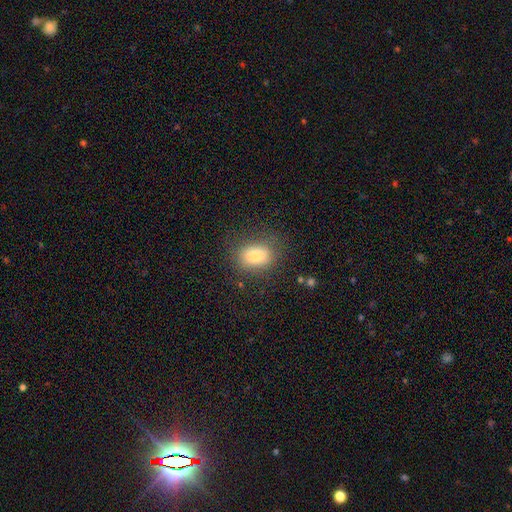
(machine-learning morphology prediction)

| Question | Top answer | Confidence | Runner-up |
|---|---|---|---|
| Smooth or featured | smooth | 81% | star or artifact (10%) |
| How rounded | in between | 72% | round (27%) |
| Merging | none | 77% | minor disturbance (15%) |